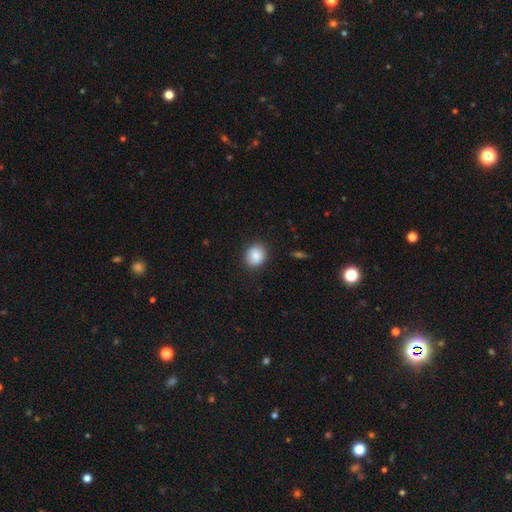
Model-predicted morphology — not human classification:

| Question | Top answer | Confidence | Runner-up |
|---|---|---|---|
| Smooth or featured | smooth | 87% | star or artifact (8%) |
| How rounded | round | 70% | in between (29%) |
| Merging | none | 87% | minor disturbance (9%) |